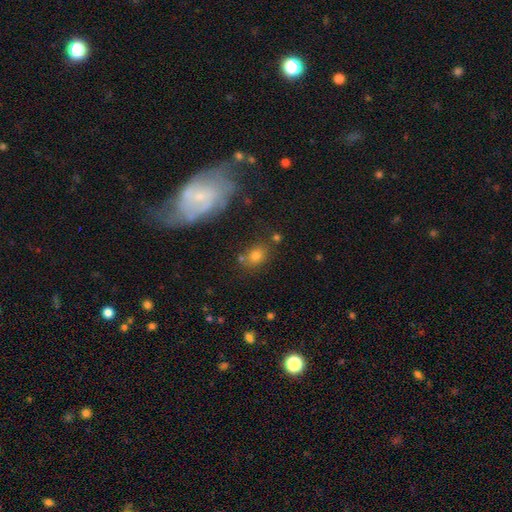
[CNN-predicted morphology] The model was most divided on "how rounded": in between: 51%, round: 47%, cigar-shaped: 2%. More confident: merging — none (74%); smooth or featured — smooth (70%).